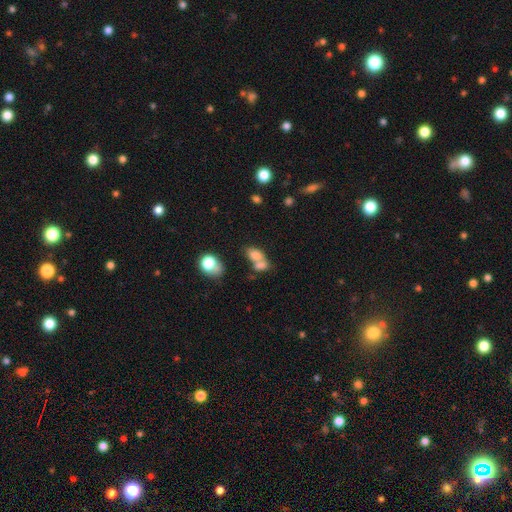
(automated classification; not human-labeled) A smooth galaxy with no disk features (75%) that is in between round and cigar-shaped (82%).

Vote fractions:
- Smooth or featured? smooth: 75% / featured or disk: 14% / star or artifact: 11%
- How rounded? in between: 82% / round: 15% / cigar-shaped: 3%
- Merging? merger: 59% / none: 26% / minor disturbance: 9% / major disturbance: 6%